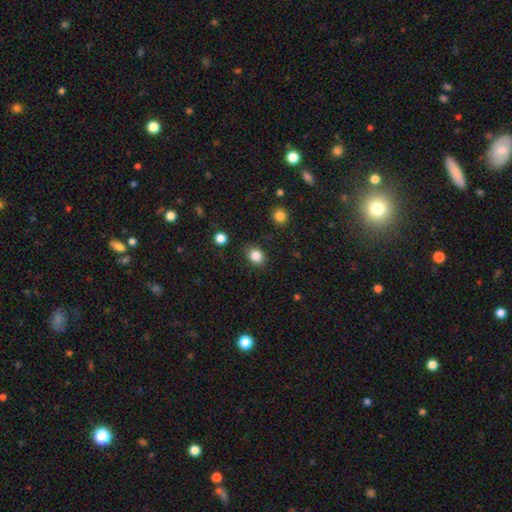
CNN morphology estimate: smooth_or_featured: smooth (p=0.85) [alt: star or artifact p=0.10]
how_rounded: in between (p=0.51) [alt: round p=0.48]
merging: none (p=0.83) [alt: minor disturbance p=0.12]